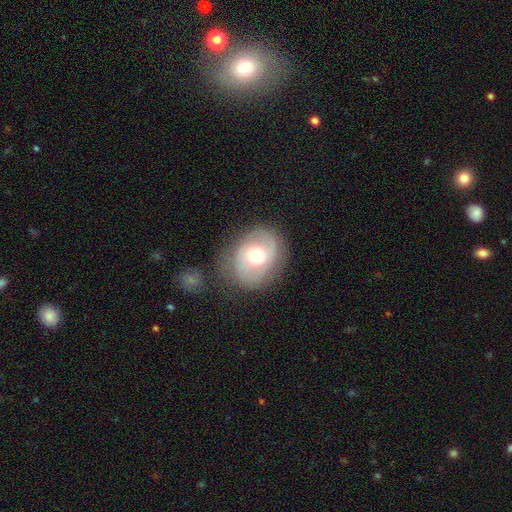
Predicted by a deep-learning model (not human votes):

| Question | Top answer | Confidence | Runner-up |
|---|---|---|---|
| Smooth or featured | featured or disk | 55% | smooth (37%) |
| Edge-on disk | no | 96% | yes (4%) |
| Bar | no | 53% | weak (38%) |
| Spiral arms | yes | 75% | no (25%) |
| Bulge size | moderate | 72% | large (13%) |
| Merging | none | 68% | minor disturbance (18%) |